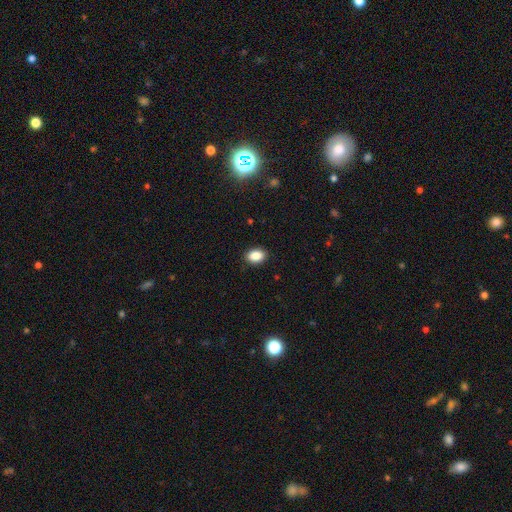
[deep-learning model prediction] Q: Smooth or featured?
A: smooth (88%); runner-up: star or artifact (8%)
Q: How rounded?
A: in between (82%); runner-up: round (17%)
Q: Merging?
A: none (89%); runner-up: minor disturbance (8%)